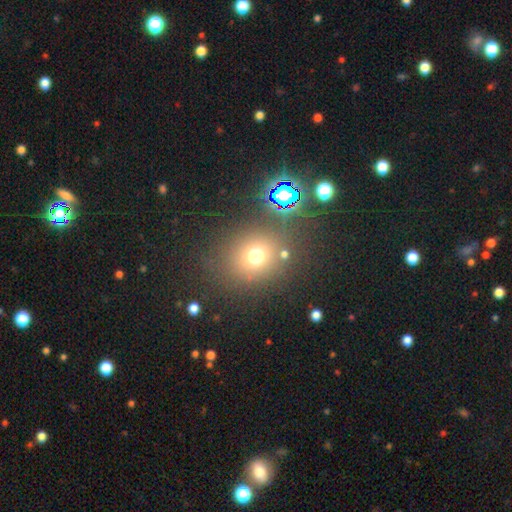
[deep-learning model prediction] smooth 67%, star or artifact 23%, featured or disk 9%. Down the decision tree: how rounded — round (77%); merging — none (77%).